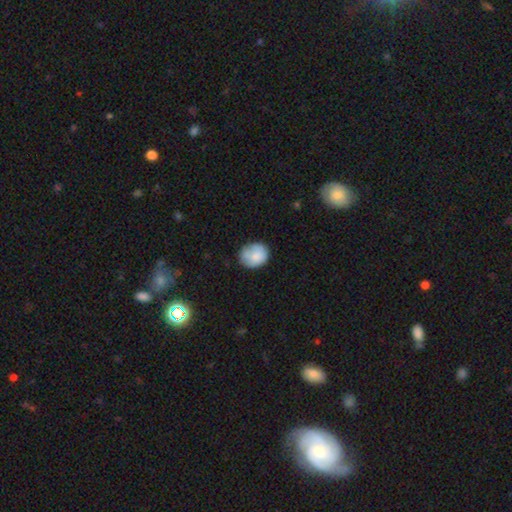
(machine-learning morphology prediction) This appears to be a smooth galaxy with no disk features (77%) that is round (65%). Merging: none (68%).